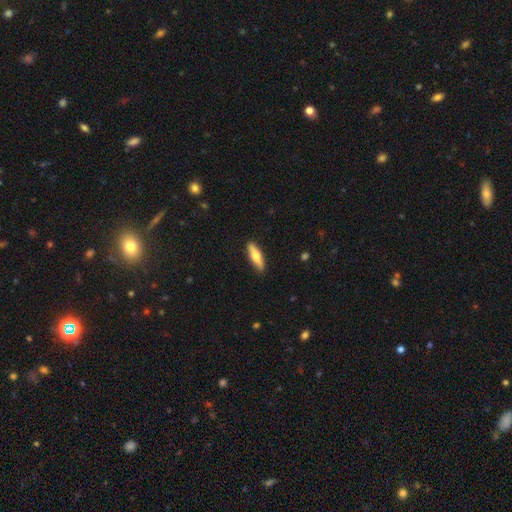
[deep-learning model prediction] This appears to be a smooth galaxy with no disk features (62%) that is cigar-shaped (61%). Merging: none (88%).